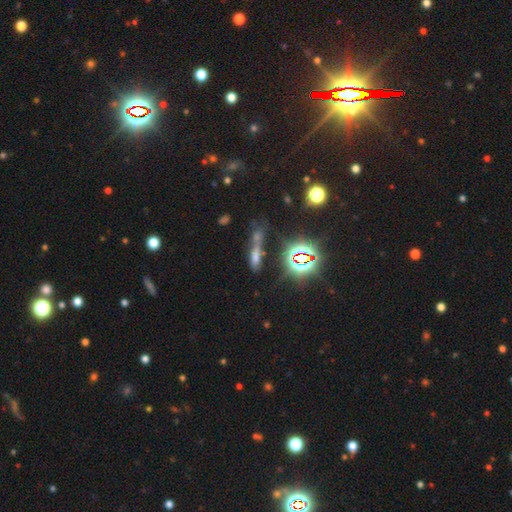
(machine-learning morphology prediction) smooth 46%, star or artifact 38%, featured or disk 16%. Down the decision tree: merging — none (38%).